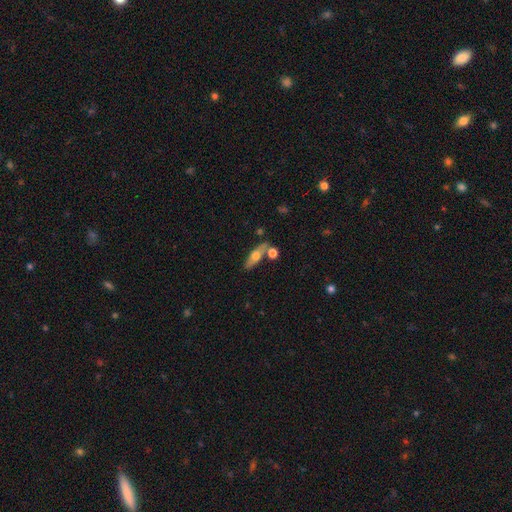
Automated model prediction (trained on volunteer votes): Smooth or featured? Predicted: smooth (p=0.51). How rounded? Predicted: in between (p=0.49). Merging? Predicted: none (p=0.66).